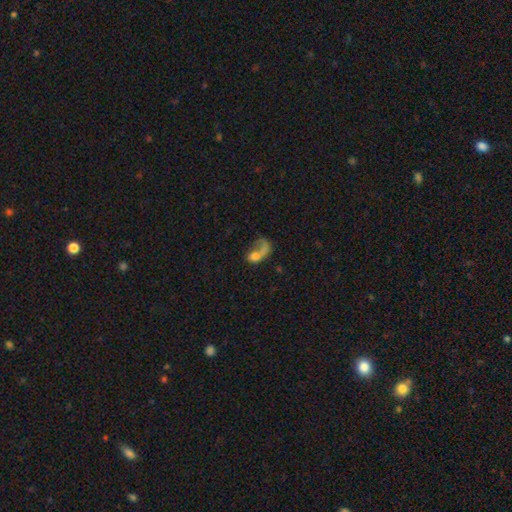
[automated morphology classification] Q: Smooth or featured?
A: smooth (48%); runner-up: featured or disk (42%)
Q: Merging?
A: major disturbance (48%); runner-up: none (21%)